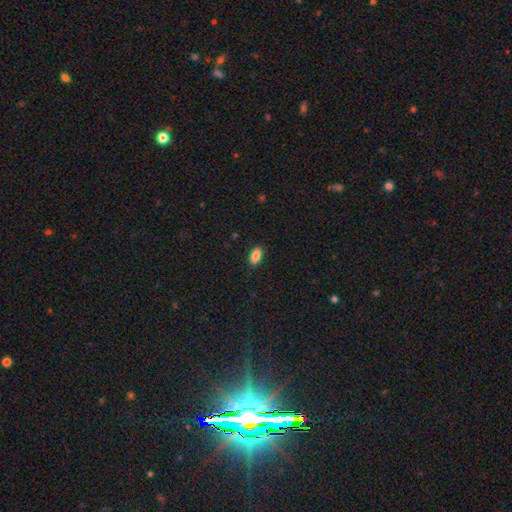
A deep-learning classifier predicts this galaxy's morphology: type=smooth (88%); roundness=in between (91%); merging=none (88%).